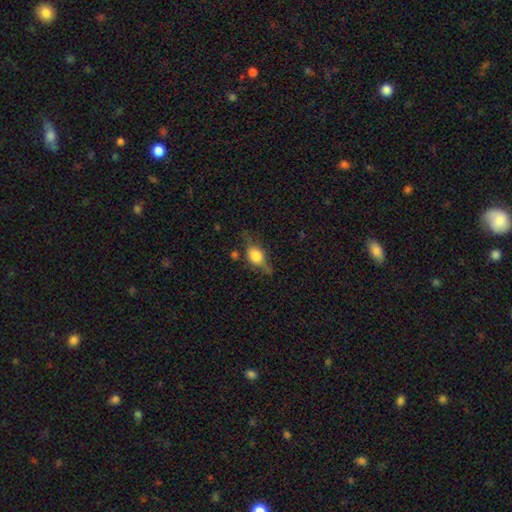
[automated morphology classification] This is possibly a smooth galaxy (50%). Merging: likely none (60%).